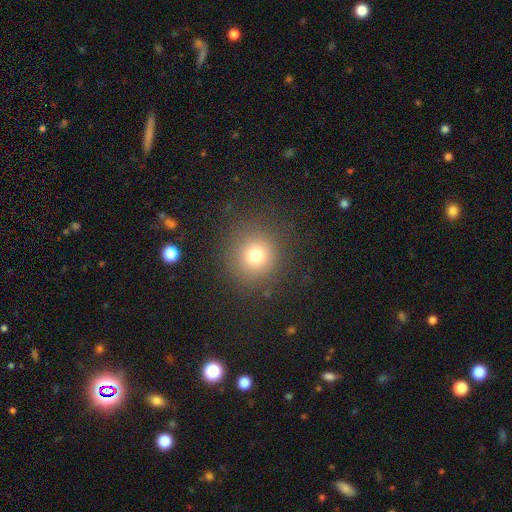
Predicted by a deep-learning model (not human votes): This is likely a smooth galaxy (74%). How rounded: clearly round (91%). Merging: clearly none (85%).